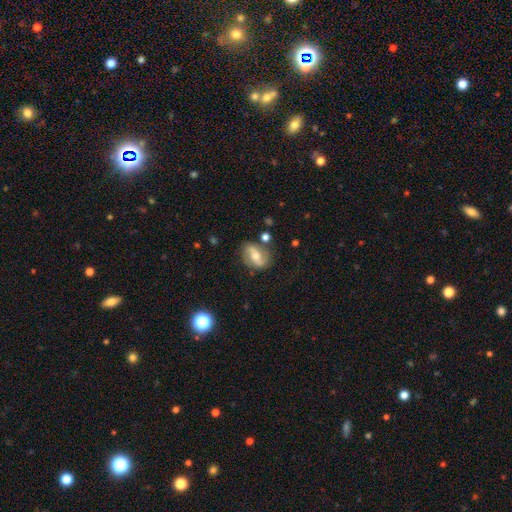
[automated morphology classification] Smooth or featured? featured or disk (70%)
Edge-on disk? no (95%)
Bar? strong (38%)
Spiral arms? yes (86%)
Spiral winding? loose (49%)
Spiral arm count? 2 (87%)
Bulge size? moderate (65%)
Merging? none (74%)